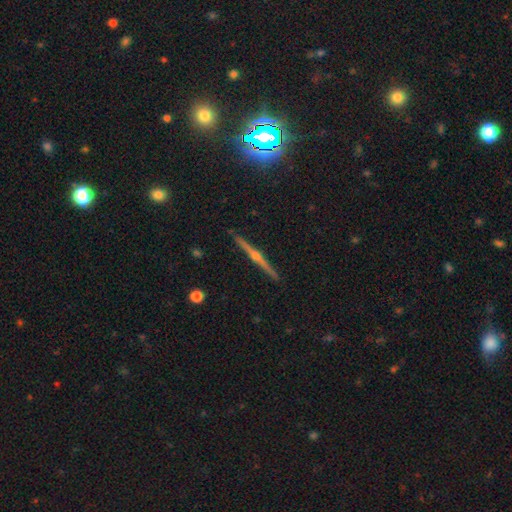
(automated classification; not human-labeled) featured or disk 75%, star or artifact 12%, smooth 12%. Down the decision tree: edge-on disk — yes (98%); edge-on bulge — rounded (87%); merging — none (91%).